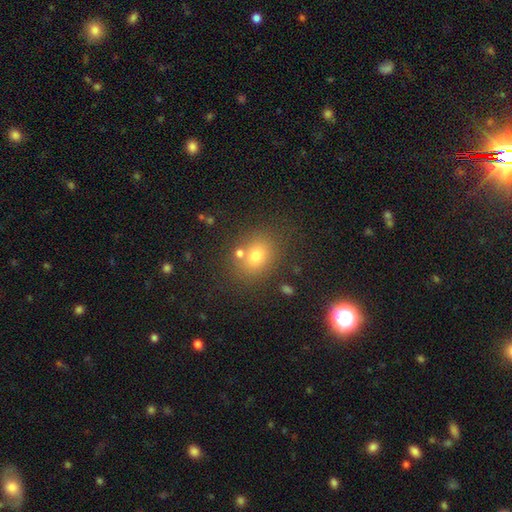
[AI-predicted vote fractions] This appears to be a smooth galaxy with no disk features (73%) that is round (50%). Merging: none (73%).